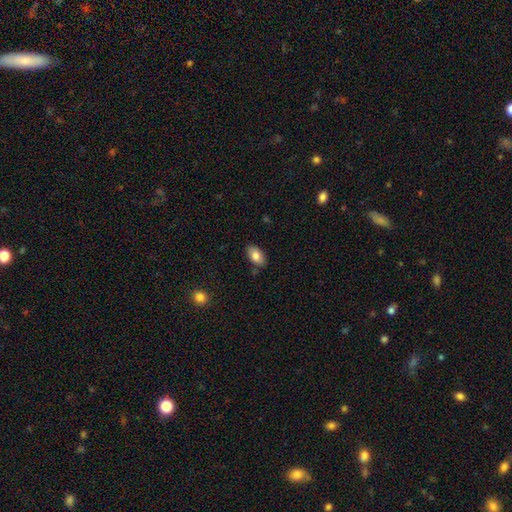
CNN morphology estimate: Smooth or featured? smooth (83%)
How rounded? in between (93%)
Merging? none (83%)